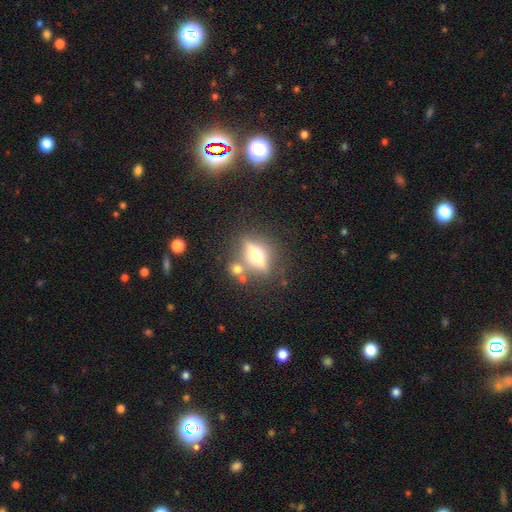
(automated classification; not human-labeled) Morphology: type=featured or disk (54%); edge-on=yes (82%); merging=none (72%).